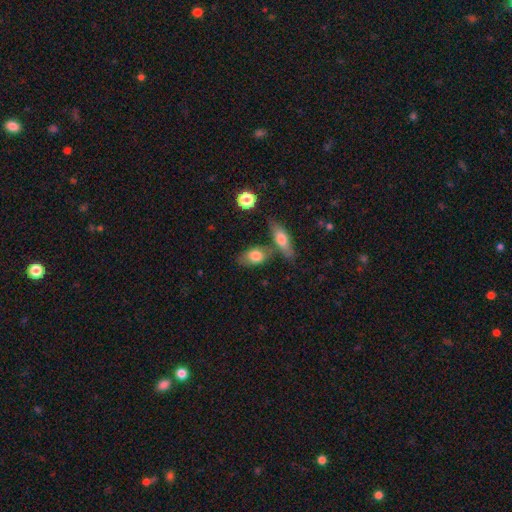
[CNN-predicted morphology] smooth 75%, featured or disk 18%, star or artifact 7%. Down the decision tree: how rounded — in between (81%); merging — none (58%).